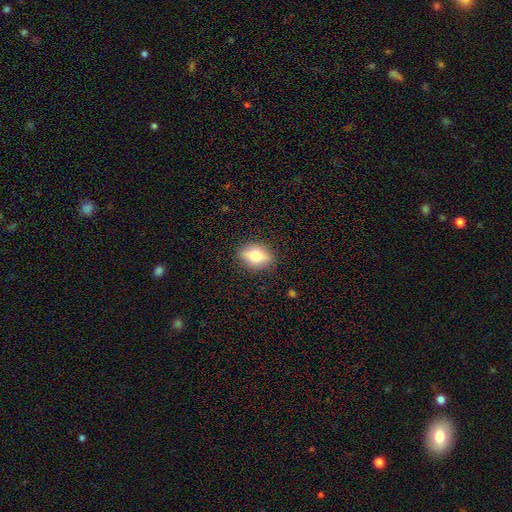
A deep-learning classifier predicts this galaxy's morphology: Smooth or featured: smooth — 62% (featured or disk — 29%)
How rounded: in between — 73% (round — 22%)
Merging: none — 86% (minor disturbance — 10%)